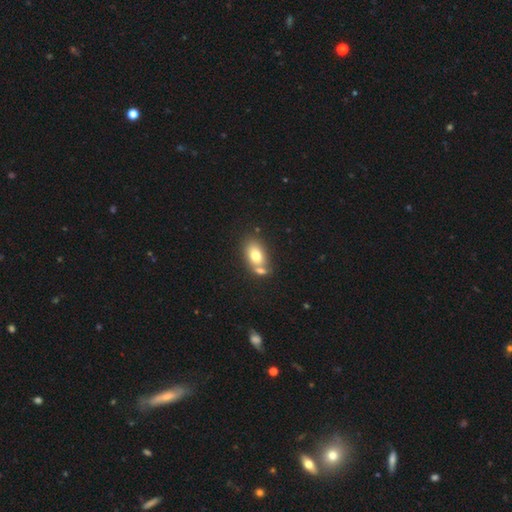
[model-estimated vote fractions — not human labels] smooth-or-featured: smooth: 75% | featured or disk: 16% | star or artifact: 9%
  how-rounded: in between: 85% | round: 13% | cigar-shaped: 2%
  merging: none: 47% | merger: 37% | minor disturbance: 12% | major disturbance: 4%